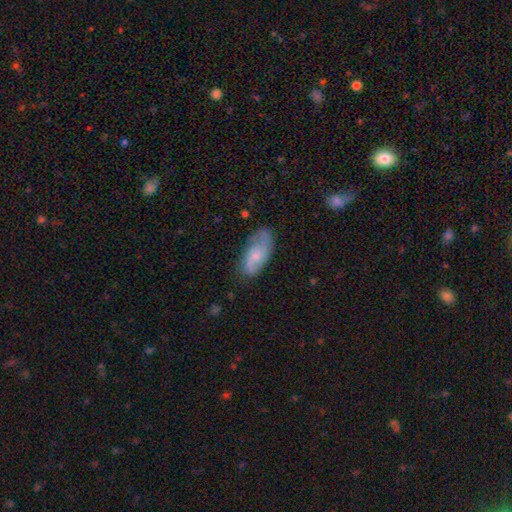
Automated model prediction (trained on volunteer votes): smooth-or-featured: featured or disk: 50% | smooth: 43% | star or artifact: 7%
  merging: none: 69% | minor disturbance: 22% | major disturbance: 7% | merger: 2%